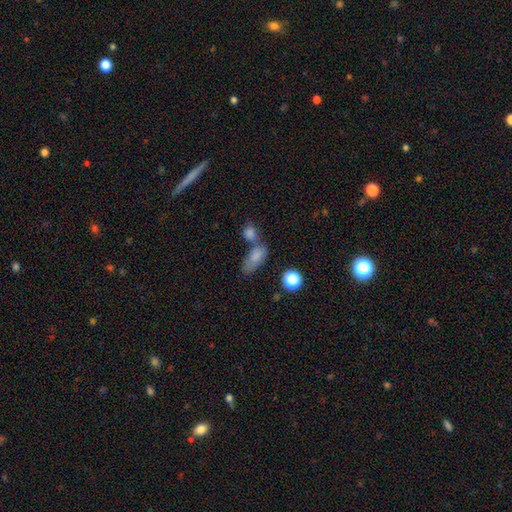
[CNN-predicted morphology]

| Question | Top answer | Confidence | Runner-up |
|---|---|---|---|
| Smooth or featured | smooth | 78% | featured or disk (11%) |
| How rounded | in between | 82% | round (10%) |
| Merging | merger | 43% | none (32%) |